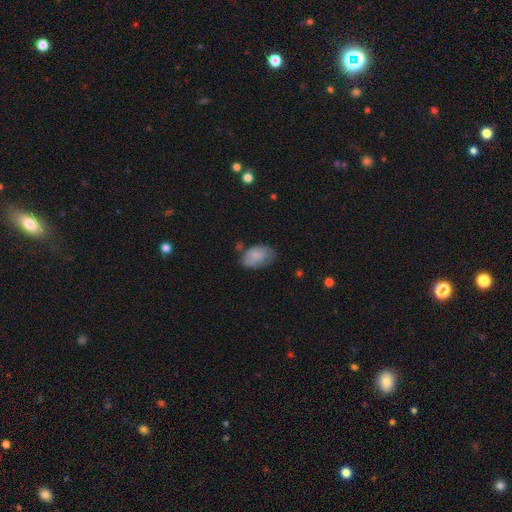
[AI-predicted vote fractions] Smooth or featured? smooth (75%)
How rounded? in between (91%)
Merging? none (57%)